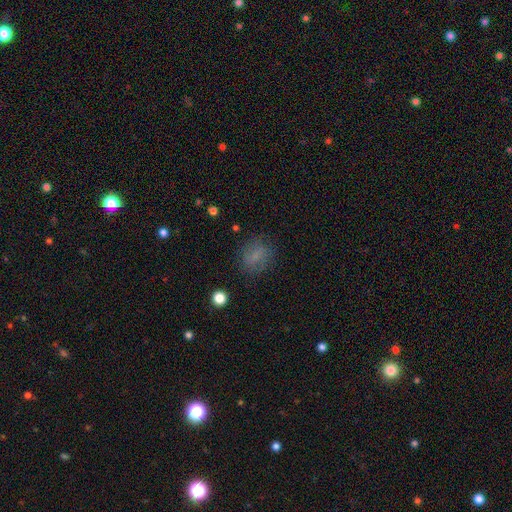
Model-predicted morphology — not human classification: smooth-or-featured: smooth: 68% | featured or disk: 19% | star or artifact: 14%
  how-rounded: round: 54% | in between: 44% | cigar-shaped: 2%
  merging: none: 76% | minor disturbance: 16% | major disturbance: 7% | merger: 2%